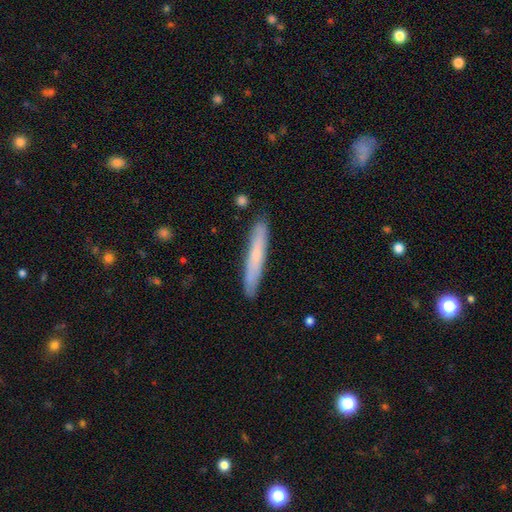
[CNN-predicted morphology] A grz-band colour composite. It shows a smooth galaxy with no disk features (59%) that is cigar-shaped (95%). Merging: none (88%).